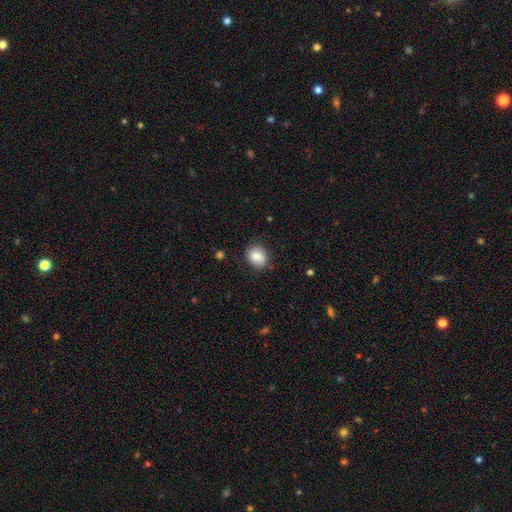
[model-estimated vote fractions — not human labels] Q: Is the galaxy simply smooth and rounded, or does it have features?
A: smooth — 83%.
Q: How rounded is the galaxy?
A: round — 56%.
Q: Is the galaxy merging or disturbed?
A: none — 84%.